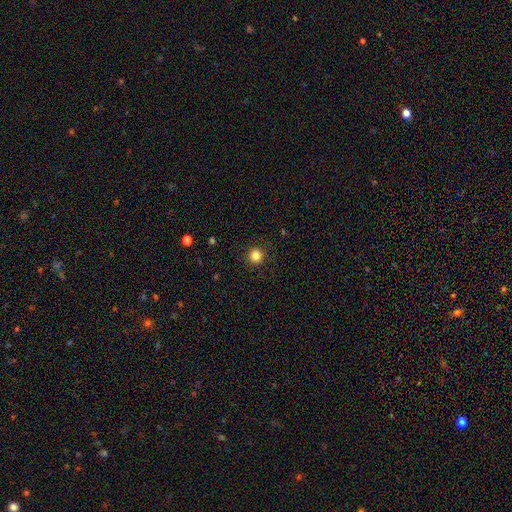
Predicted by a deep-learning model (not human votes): smooth_or_featured: smooth (p=0.83) [alt: star or artifact p=0.12]
how_rounded: round (p=0.95) [alt: in between p=0.04]
merging: none (p=0.91) [alt: minor disturbance p=0.06]